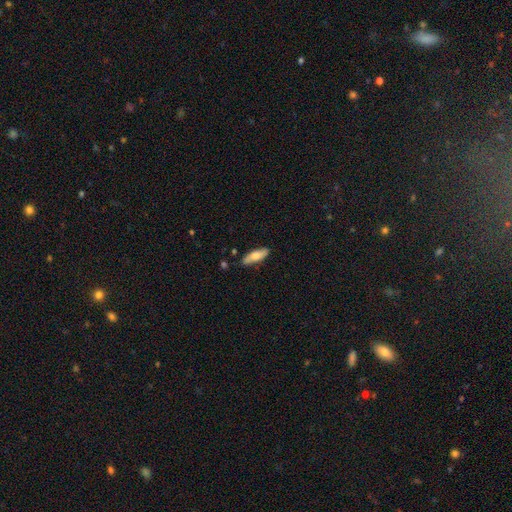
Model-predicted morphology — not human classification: Overall: smooth (69%). How rounded: in between (54%; cigar-shaped 44%). Merging: none (85%).